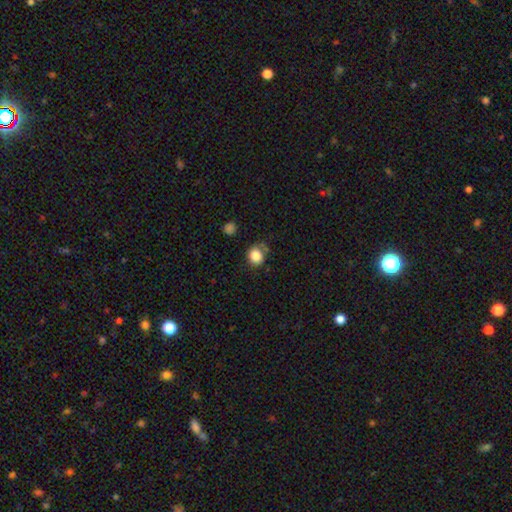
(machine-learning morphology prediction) smooth-or-featured: smooth: 85% | star or artifact: 10% | featured or disk: 5%
  how-rounded: round: 76% | in between: 23% | cigar-shaped: 1%
  merging: none: 67% | minor disturbance: 21% | major disturbance: 6% | merger: 6%